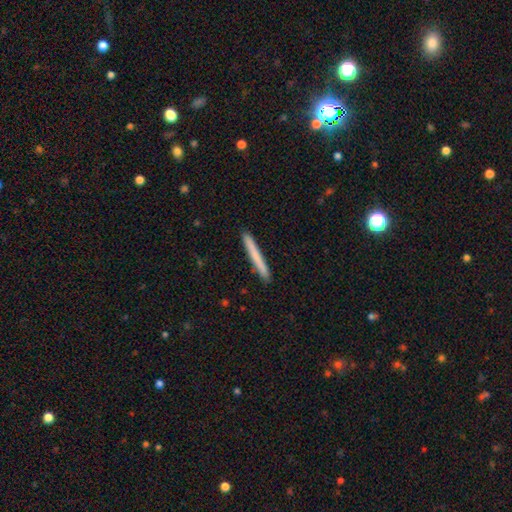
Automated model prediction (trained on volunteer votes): Smooth or featured? smooth (72%)
How rounded? cigar-shaped (97%)
Merging? none (92%)